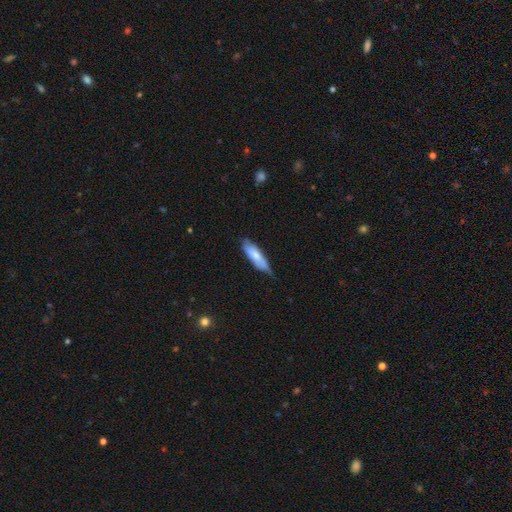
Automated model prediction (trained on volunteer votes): This appears to be a smooth galaxy with no disk features (67%) that is cigar-shaped (53%). Merging: none (60%).